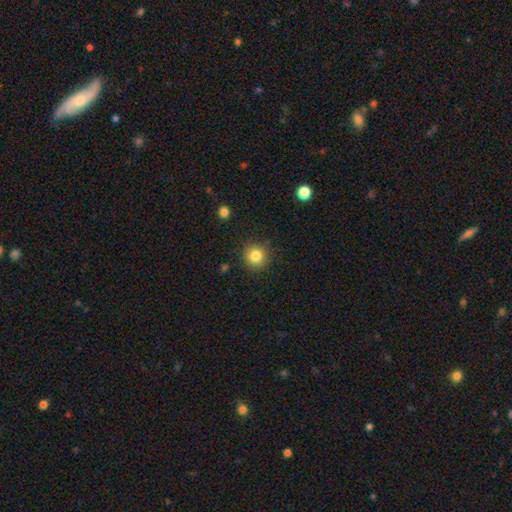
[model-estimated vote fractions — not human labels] A smooth galaxy with no disk features (83%) that is round (93%).

Vote fractions:
- Smooth or featured? smooth: 83% / star or artifact: 11% / featured or disk: 6%
- How rounded? round: 93% / in between: 6% / cigar-shaped: 1%
- Merging? none: 88% / minor disturbance: 8% / major disturbance: 2% / merger: 1%